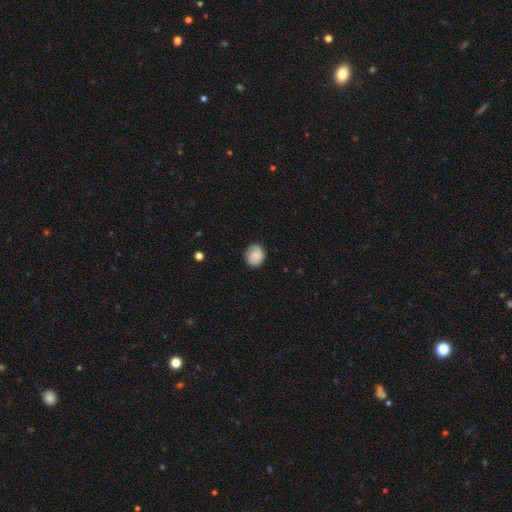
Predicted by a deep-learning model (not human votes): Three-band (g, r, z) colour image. It shows a smooth galaxy with no disk features (75%) that is round (75%). Merging: none (79%).